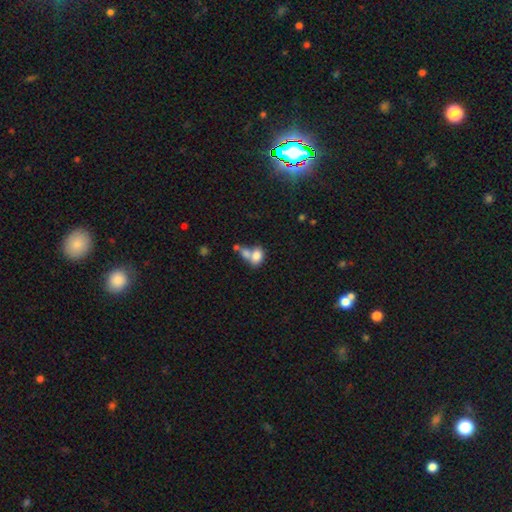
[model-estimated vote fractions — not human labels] Overall: smooth (77%). How rounded: in between (77%). Merging: merger (60%; none 25%).